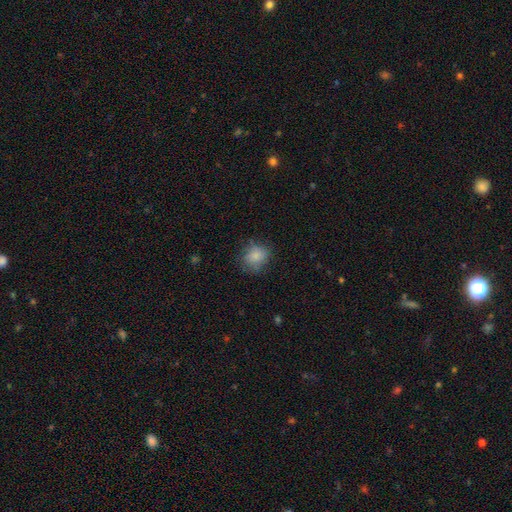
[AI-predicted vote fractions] A smooth galaxy with no disk features (82%) that is round (75%). Merging: none (70%).